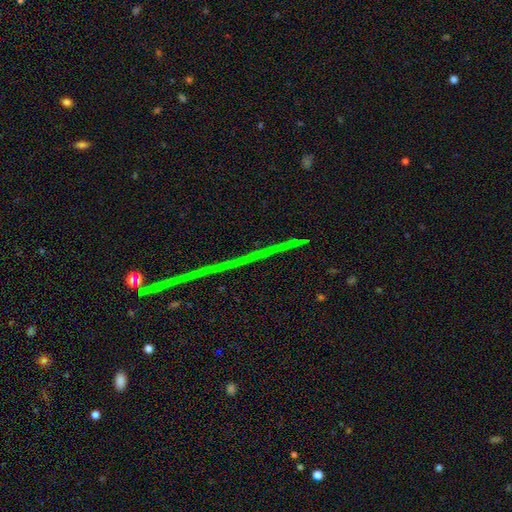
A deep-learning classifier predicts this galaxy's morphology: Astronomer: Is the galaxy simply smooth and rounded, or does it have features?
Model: star or artifact — 79%.